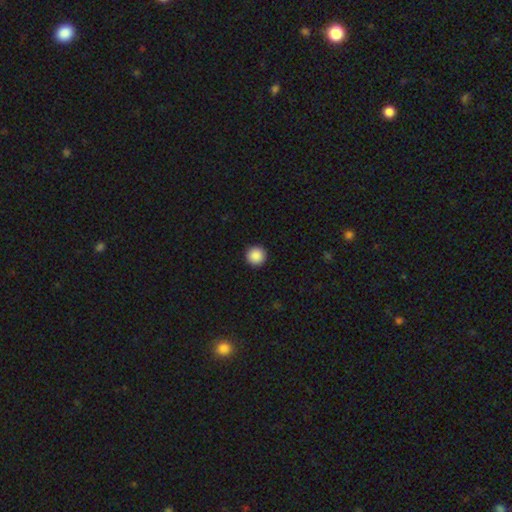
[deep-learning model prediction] Smooth or featured: smooth — 89% (star or artifact — 9%)
How rounded: round — 96% (in between — 3%)
Merging: none — 94% (minor disturbance — 4%)